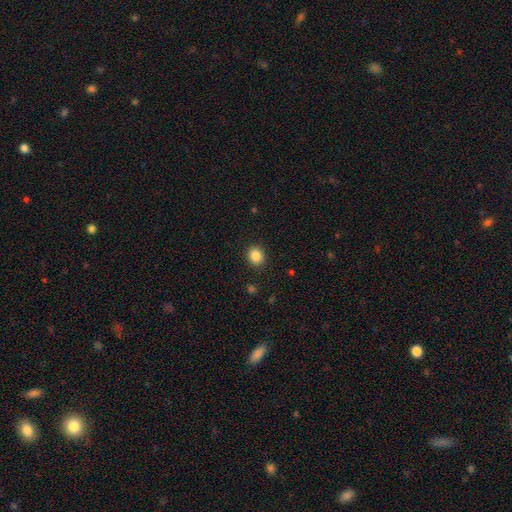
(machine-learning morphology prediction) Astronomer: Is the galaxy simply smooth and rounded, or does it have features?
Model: smooth — 86%.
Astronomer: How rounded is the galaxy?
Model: round — 65%.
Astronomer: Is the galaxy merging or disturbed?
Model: none — 90%.